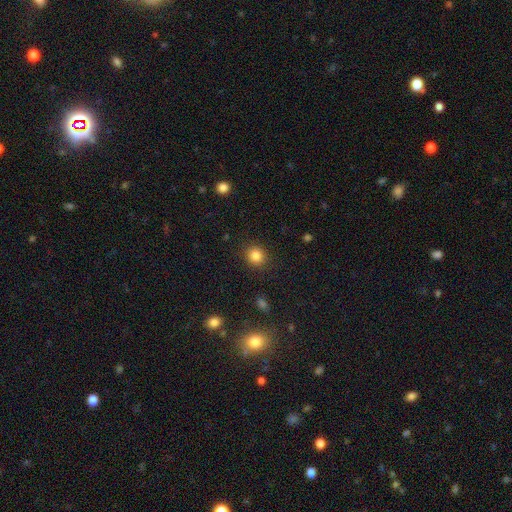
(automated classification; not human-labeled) Smooth or featured? Predicted: smooth (p=0.84). How rounded? Predicted: round (p=0.86). Merging? Predicted: none (p=0.90).